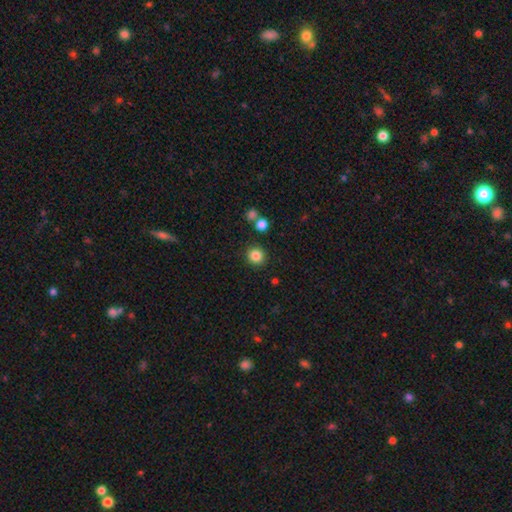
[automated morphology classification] Smooth or featured: smooth — 85% (star or artifact — 11%)
How rounded: round — 92% (in between — 7%)
Merging: none — 88% (minor disturbance — 6%)